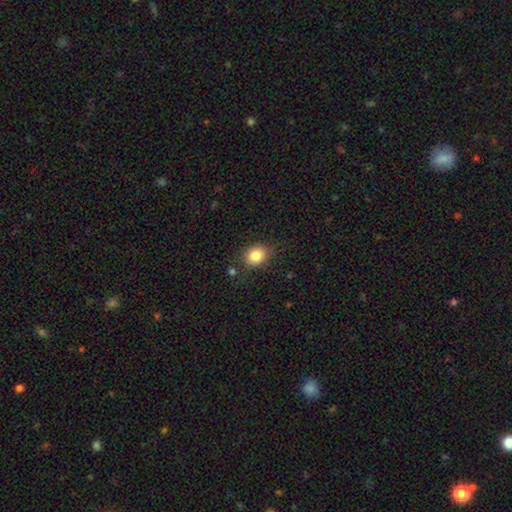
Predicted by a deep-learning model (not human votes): smooth-or-featured: smooth: 83% | star or artifact: 10% | featured or disk: 7%
  how-rounded: round: 63% | in between: 36% | cigar-shaped: 1%
  merging: none: 78% | minor disturbance: 14% | major disturbance: 4% | merger: 3%